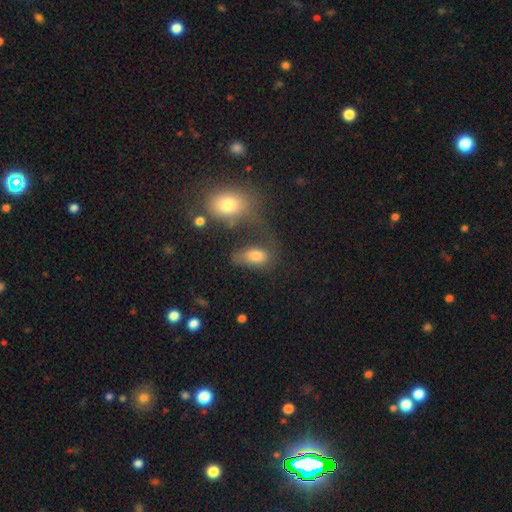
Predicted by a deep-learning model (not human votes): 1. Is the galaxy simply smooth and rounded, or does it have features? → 73% smooth, 14% featured or disk, 13% star or artifact.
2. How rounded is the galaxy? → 85% in between, 12% round, 3% cigar-shaped.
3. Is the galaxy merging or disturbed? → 35% none, 30% merger, 19% major disturbance, 17% minor disturbance.